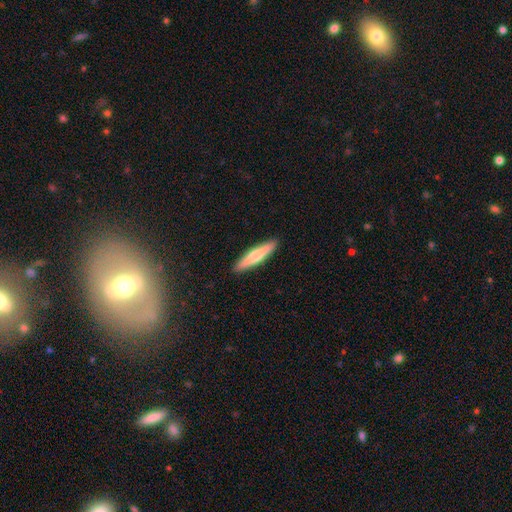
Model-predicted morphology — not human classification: The model was most divided on "smooth or featured": smooth: 65%, featured or disk: 30%, star or artifact: 5%. More confident: merging — none (91%); how rounded — cigar-shaped (87%).